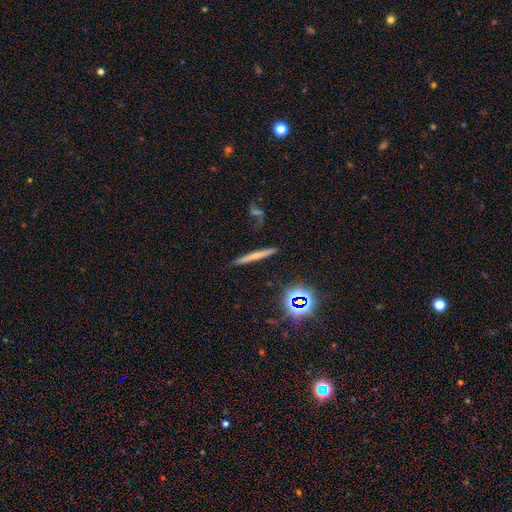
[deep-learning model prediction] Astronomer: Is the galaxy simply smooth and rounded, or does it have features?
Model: smooth — 49% (runner-up: featured or disk, 35%).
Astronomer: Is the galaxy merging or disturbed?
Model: none — 84%.